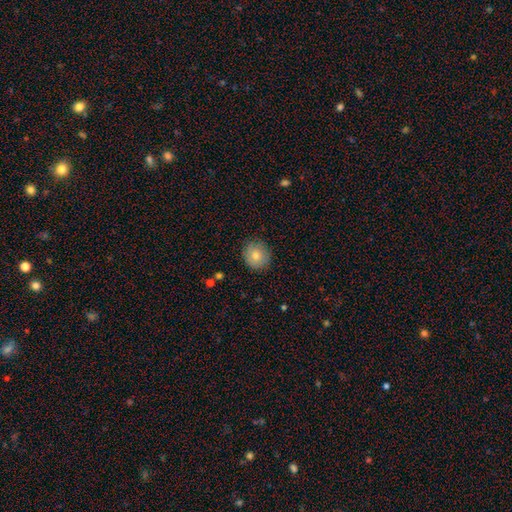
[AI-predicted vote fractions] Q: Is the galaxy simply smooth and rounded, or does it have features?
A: smooth — 78%.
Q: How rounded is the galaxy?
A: round — 87%.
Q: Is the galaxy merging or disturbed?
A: none — 87%.